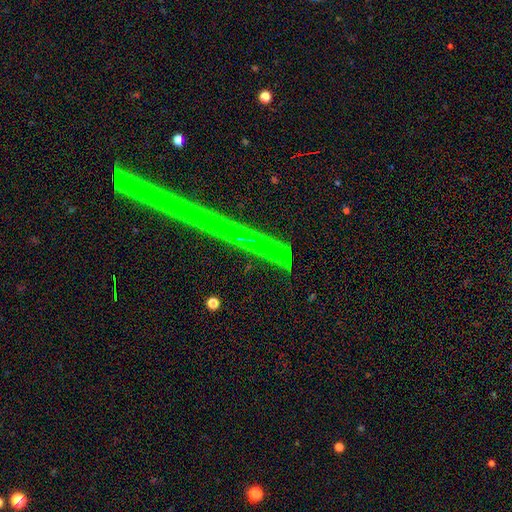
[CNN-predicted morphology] star or artifact 69%, featured or disk 21%, smooth 10%.